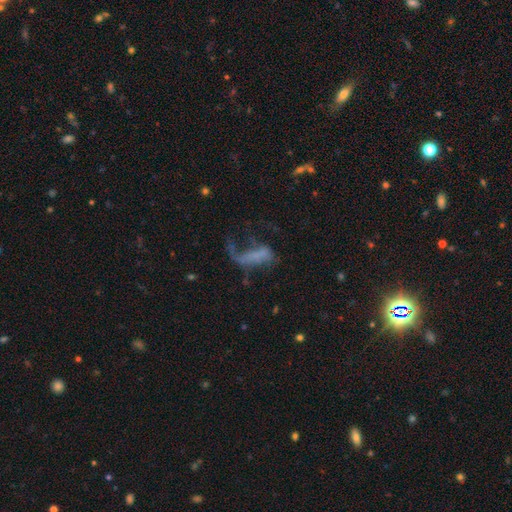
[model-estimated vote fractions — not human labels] This is possibly a featured or disk galaxy (48%). Merging: possibly major disturbance (57%).